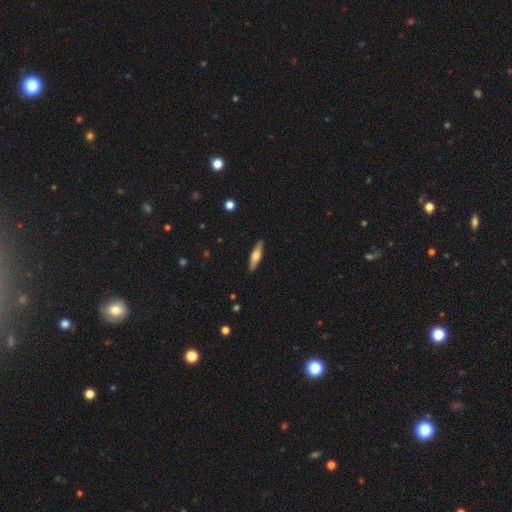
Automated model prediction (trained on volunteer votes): Smooth or featured?
  - smooth: 48% *
  - featured or disk: 46%
  - star or artifact: 6%
Merging?
  - none: 90% *
  - minor disturbance: 8%
  - major disturbance: 2%
  - merger: 1%